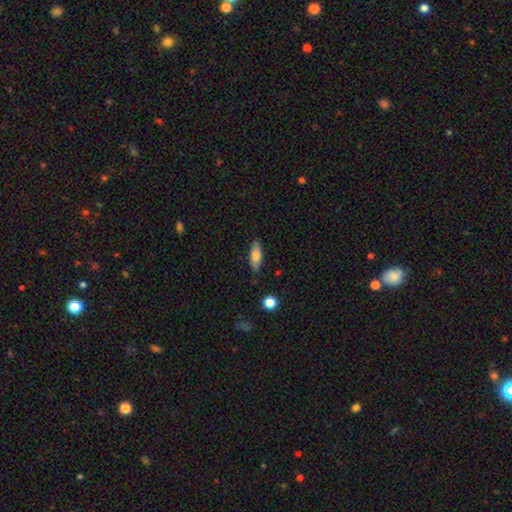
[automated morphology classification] The model was most divided on "how rounded": in between: 63%, cigar-shaped: 34%, round: 2%. More confident: merging — none (85%); smooth or featured — smooth (75%).